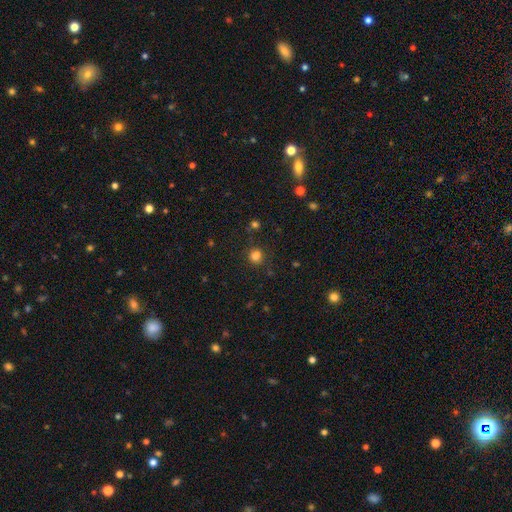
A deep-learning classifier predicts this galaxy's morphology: smooth_or_featured: smooth (p=0.80) [alt: star or artifact p=0.16]
how_rounded: round (p=0.85) [alt: in between p=0.14]
merging: none (p=0.83) [alt: minor disturbance p=0.10]